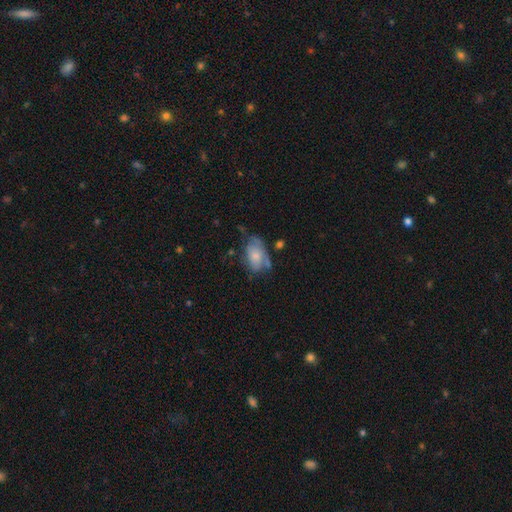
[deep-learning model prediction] Morphology: type=smooth (58%); roundness=in between (90%); merging=none (38%).